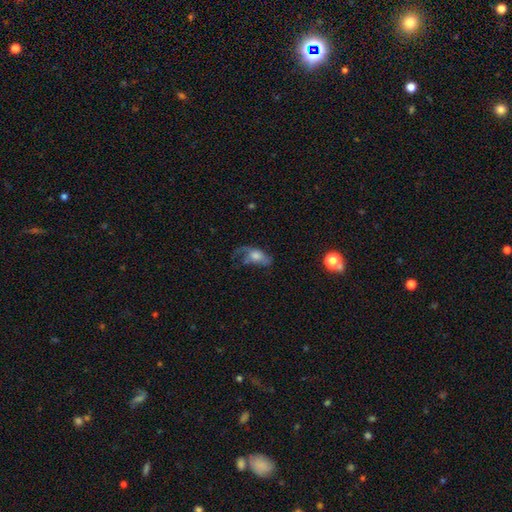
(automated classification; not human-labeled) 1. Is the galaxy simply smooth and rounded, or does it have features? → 49% featured or disk, 41% smooth, 11% star or artifact.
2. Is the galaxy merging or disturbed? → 43% major disturbance, 31% none, 22% minor disturbance, 3% merger.